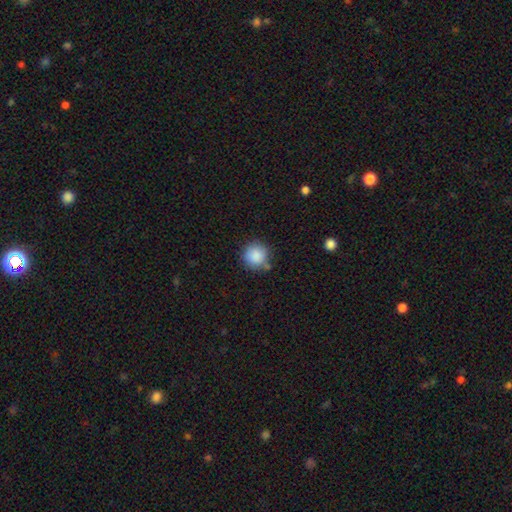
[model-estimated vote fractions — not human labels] smooth-or-featured: smooth: 88% | star or artifact: 9% | featured or disk: 4%
  how-rounded: round: 93% | in between: 6% | cigar-shaped: 1%
  merging: none: 75% | minor disturbance: 15% | merger: 6% | major disturbance: 4%